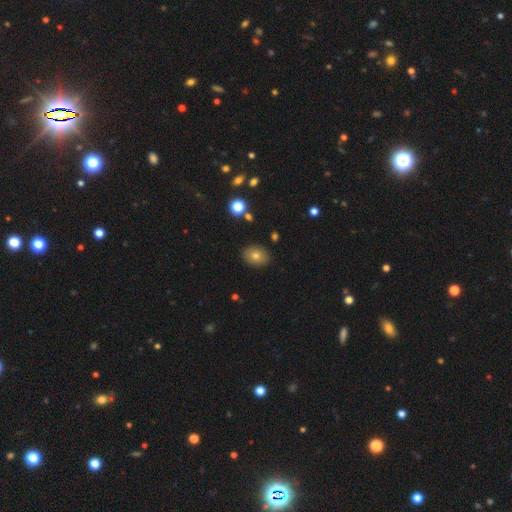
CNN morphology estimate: smooth 75%, featured or disk 13%, star or artifact 12%. Down the decision tree: how rounded — in between (66%); merging — none (88%).